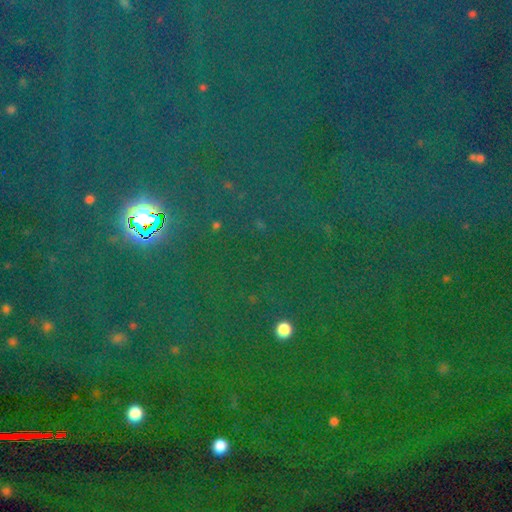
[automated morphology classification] A star or artifact, not a galaxy (82%).

Vote fractions:
- Smooth or featured? star or artifact: 82% / smooth: 12% / featured or disk: 6%